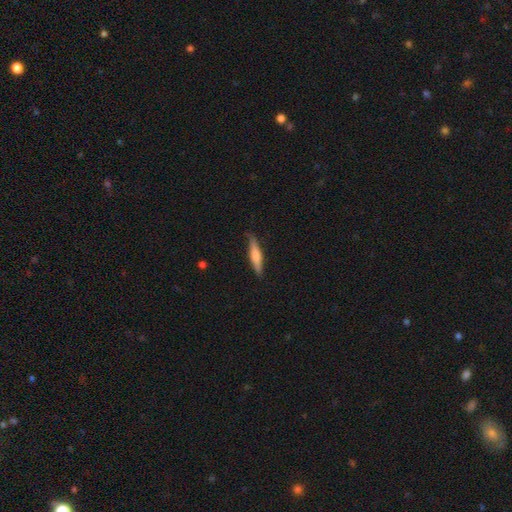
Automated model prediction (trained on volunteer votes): smooth_or_featured: smooth (p=0.53) [alt: featured or disk p=0.41]
how_rounded: cigar-shaped (p=0.85) [alt: in between p=0.13]
merging: none (p=0.84) [alt: minor disturbance p=0.12]